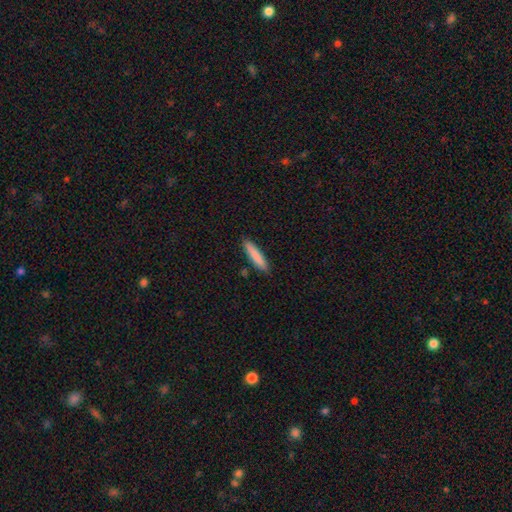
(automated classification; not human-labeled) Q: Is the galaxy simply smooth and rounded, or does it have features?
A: smooth — 84%.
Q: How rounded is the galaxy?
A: cigar-shaped — 85%.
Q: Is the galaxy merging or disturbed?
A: none — 87%.